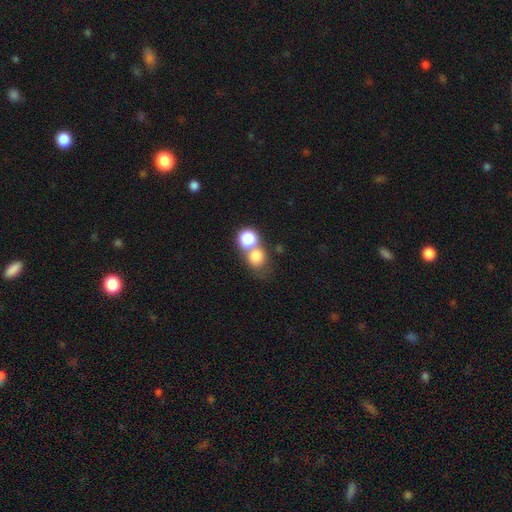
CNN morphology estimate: Smooth or featured? smooth (76%)
How rounded? round (74%)
Merging? merger (49%)